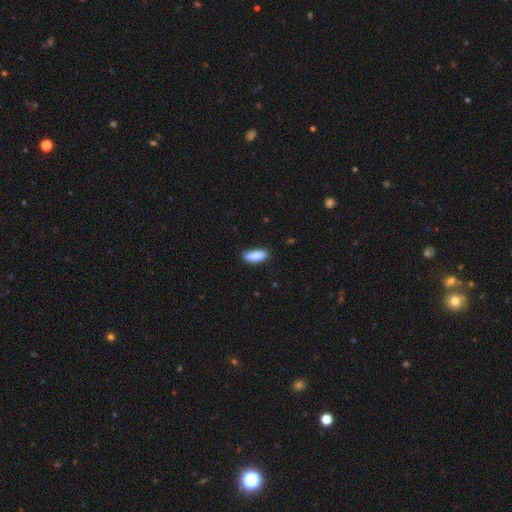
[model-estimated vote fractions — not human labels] The model was most divided on "how rounded": in between: 77%, cigar-shaped: 21%, round: 2%. More confident: smooth or featured — smooth (86%); merging — none (77%).